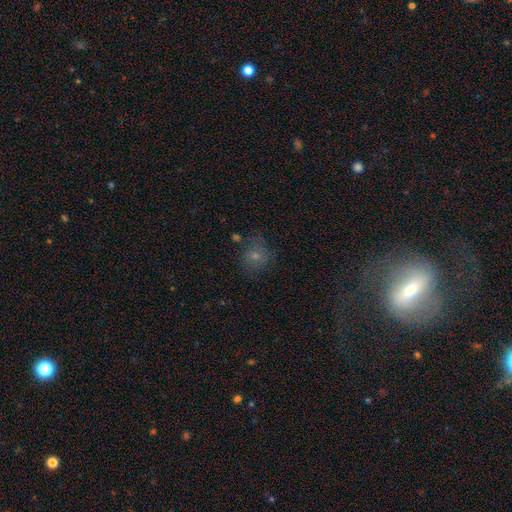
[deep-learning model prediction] smooth-or-featured: smooth: 66% | featured or disk: 18% | star or artifact: 16%
  how-rounded: round: 80% | in between: 19% | cigar-shaped: 1%
  merging: none: 68% | minor disturbance: 19% | major disturbance: 8% | merger: 4%